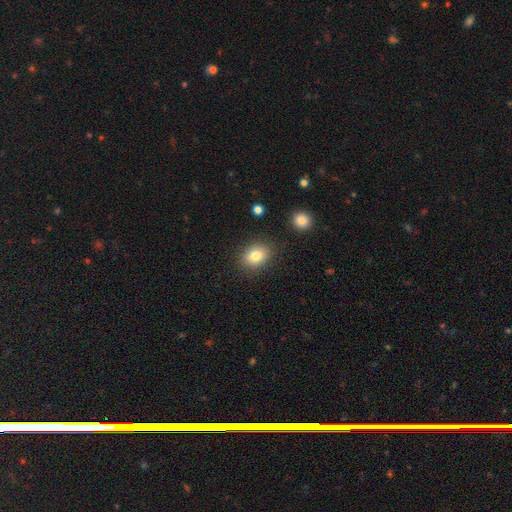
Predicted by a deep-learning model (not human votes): This appears to be a smooth galaxy with no disk features (80%) that is in between round and cigar-shaped (54%). Merging: none (85%).